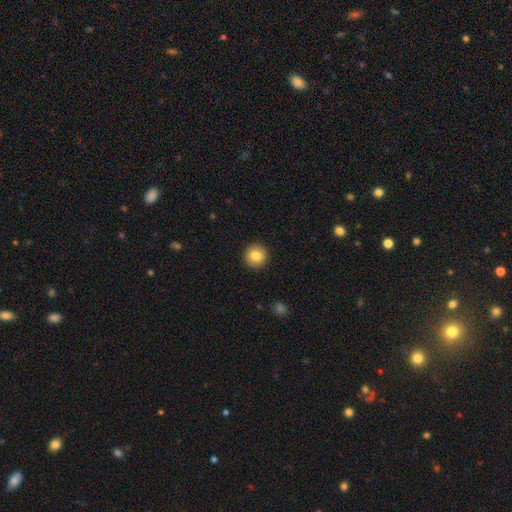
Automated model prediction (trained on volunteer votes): This is clearly a smooth galaxy (83%). How rounded: clearly round (94%). Merging: clearly none (92%).